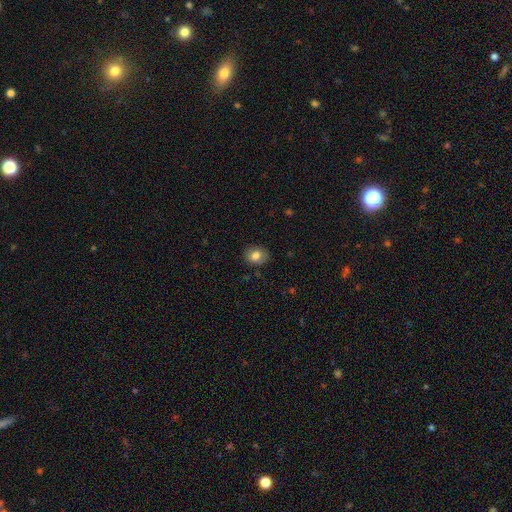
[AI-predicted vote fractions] The model was most divided on "how rounded": round: 56%, in between: 43%, cigar-shaped: 1%. More confident: merging — none (85%); smooth or featured — smooth (81%).